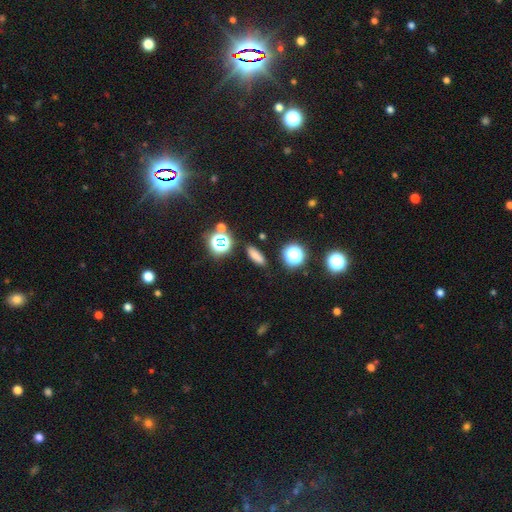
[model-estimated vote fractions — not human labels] Q: Smooth or featured?
A: smooth (73%); runner-up: star or artifact (19%)
Q: How rounded?
A: in between (48%); runner-up: cigar-shaped (40%)
Q: Merging?
A: none (87%); runner-up: minor disturbance (8%)